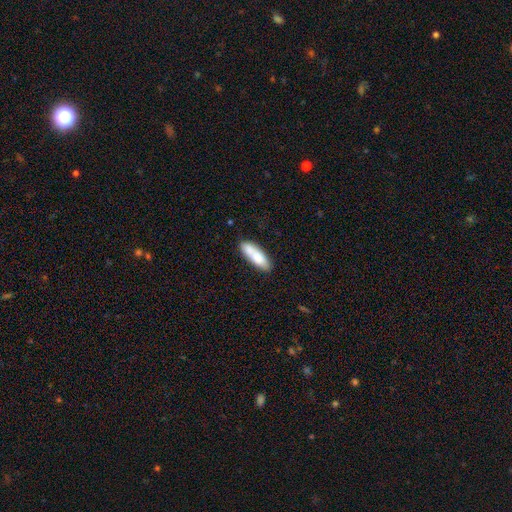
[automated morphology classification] Smooth or featured? Predicted: smooth (p=0.79). How rounded? Predicted: in between (p=0.51). Merging? Predicted: none (p=0.68).